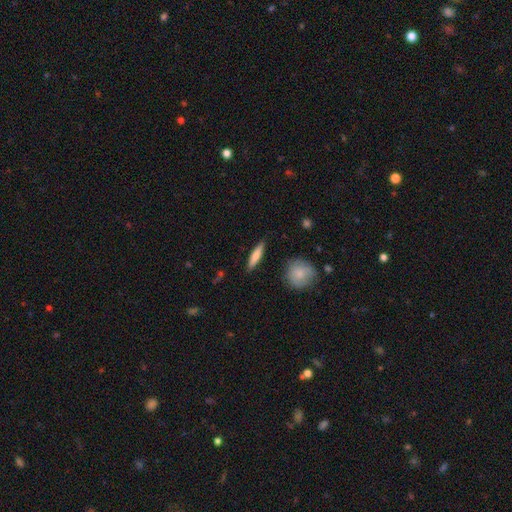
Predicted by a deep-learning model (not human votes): Smooth or featured? Predicted: smooth (p=0.68). How rounded? Predicted: cigar-shaped (p=0.79). Merging? Predicted: none (p=0.89).